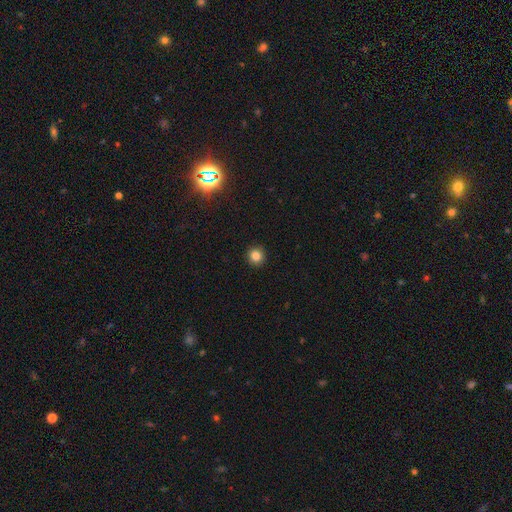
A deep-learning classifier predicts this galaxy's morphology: Smooth or featured? smooth (84%)
How rounded? round (93%)
Merging? none (92%)